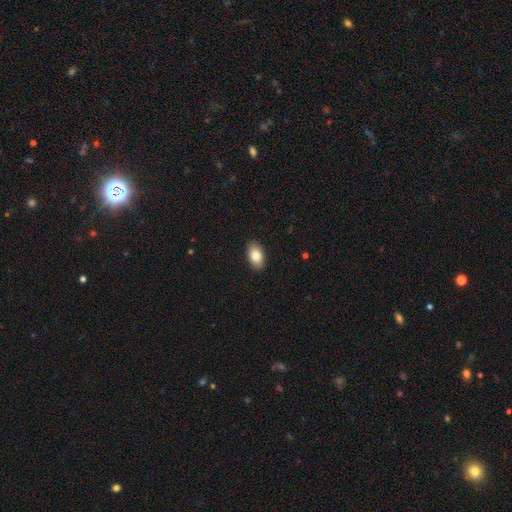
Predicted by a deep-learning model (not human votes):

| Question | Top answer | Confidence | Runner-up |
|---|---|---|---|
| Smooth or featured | smooth | 84% | featured or disk (9%) |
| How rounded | in between | 93% | round (6%) |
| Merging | none | 90% | minor disturbance (7%) |